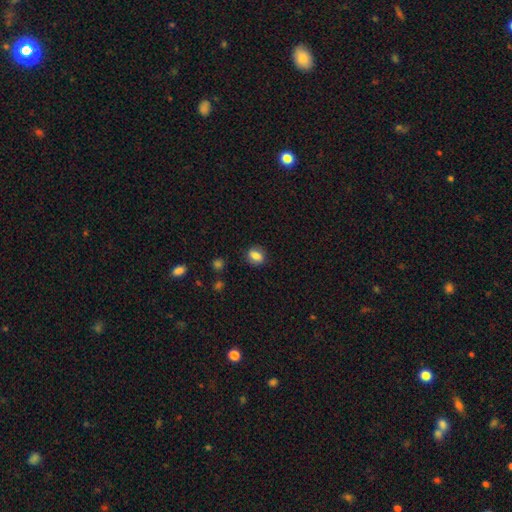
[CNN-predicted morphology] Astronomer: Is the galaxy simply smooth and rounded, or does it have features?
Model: smooth — 80%.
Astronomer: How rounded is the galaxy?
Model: in between — 60% (runner-up: round, 38%).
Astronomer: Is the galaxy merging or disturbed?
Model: none — 84%.